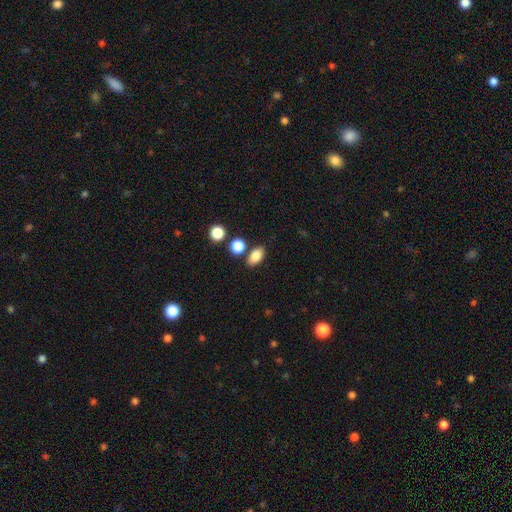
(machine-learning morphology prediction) smooth 84%, star or artifact 9%, featured or disk 7%. Down the decision tree: how rounded — in between (86%); merging — none (79%).